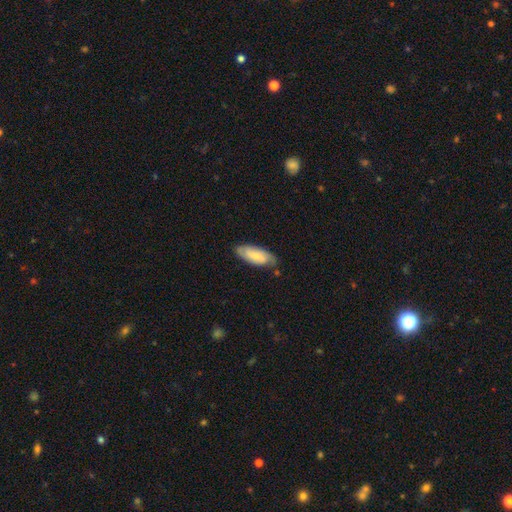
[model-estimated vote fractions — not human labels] smooth-or-featured: smooth: 53% | featured or disk: 41% | star or artifact: 6%
  how-rounded: in between: 78% | cigar-shaped: 20% | round: 2%
  merging: none: 73% | minor disturbance: 21% | major disturbance: 4% | merger: 2%